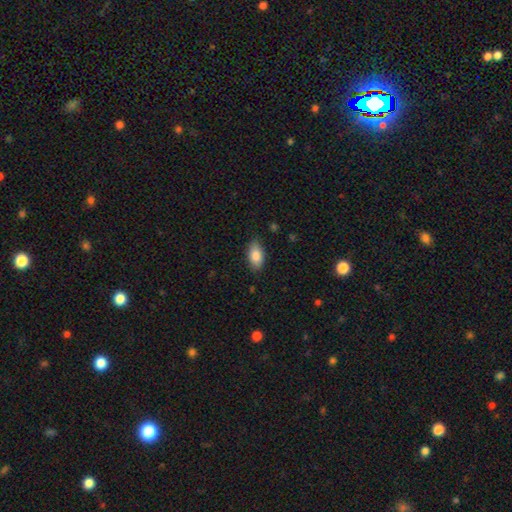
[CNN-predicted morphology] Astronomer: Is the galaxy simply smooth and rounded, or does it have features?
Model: smooth — 85%.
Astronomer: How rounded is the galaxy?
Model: in between — 92%.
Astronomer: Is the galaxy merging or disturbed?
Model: none — 83%.